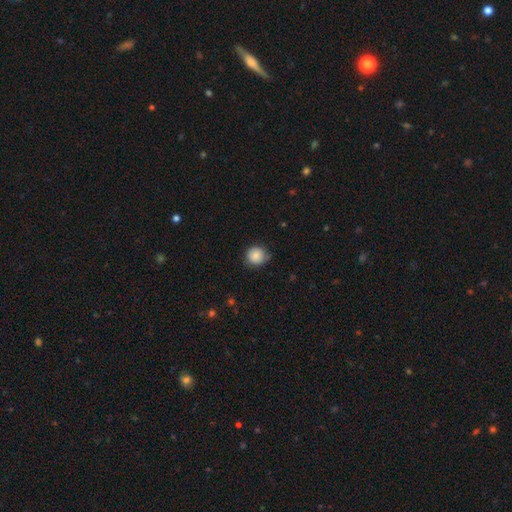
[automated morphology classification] smooth_or_featured: smooth (p=0.83) [alt: featured or disk p=0.09]
how_rounded: round (p=0.90) [alt: in between p=0.09]
merging: none (p=0.73) [alt: minor disturbance p=0.22]